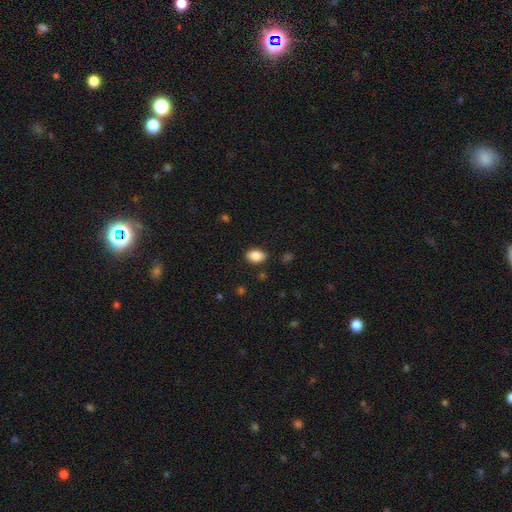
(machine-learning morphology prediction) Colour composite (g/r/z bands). It shows a smooth galaxy with no disk features (87%) that is in between round and cigar-shaped (85%). Merging: none (86%).